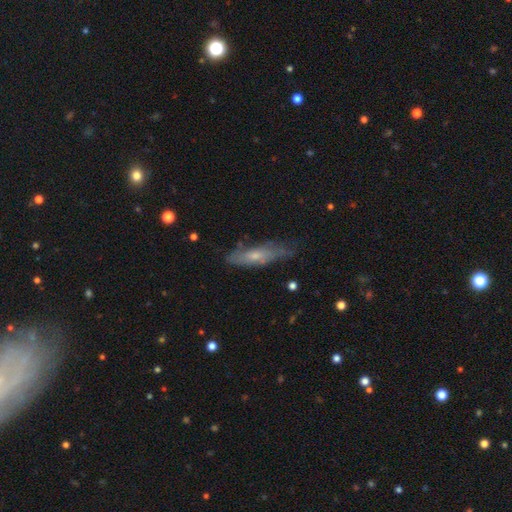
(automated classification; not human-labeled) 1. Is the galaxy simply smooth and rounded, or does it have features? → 48% featured or disk, 45% smooth, 7% star or artifact.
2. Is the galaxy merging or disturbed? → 58% none, 30% minor disturbance, 10% major disturbance, 2% merger.